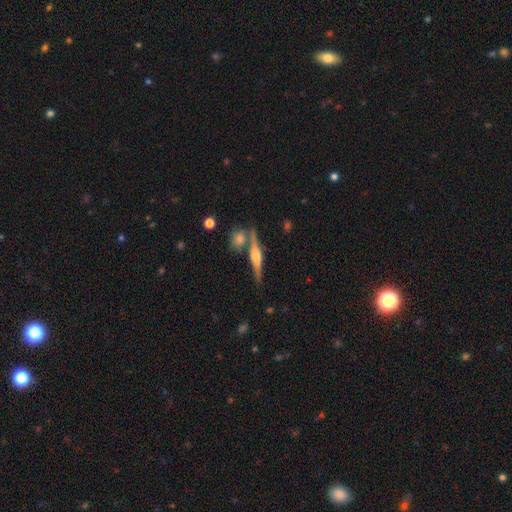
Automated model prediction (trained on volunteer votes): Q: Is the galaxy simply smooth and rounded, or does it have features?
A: featured or disk — 76%.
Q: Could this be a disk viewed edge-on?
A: yes — 97%.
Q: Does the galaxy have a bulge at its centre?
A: rounded — 84%.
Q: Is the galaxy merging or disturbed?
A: none — 77%.